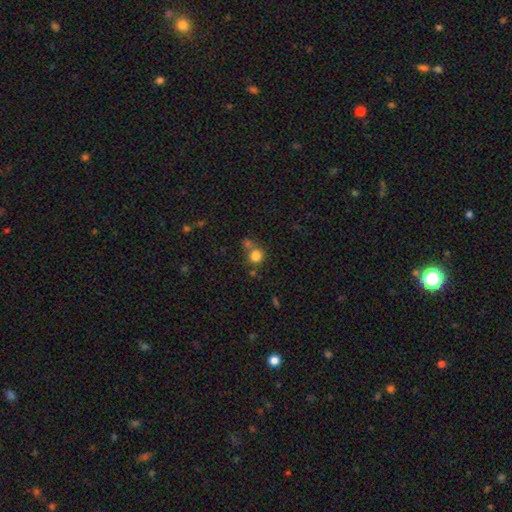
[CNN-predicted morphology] Q: Smooth or featured?
A: smooth (81%); runner-up: star or artifact (12%)
Q: How rounded?
A: round (88%); runner-up: in between (11%)
Q: Merging?
A: none (56%); runner-up: merger (28%)